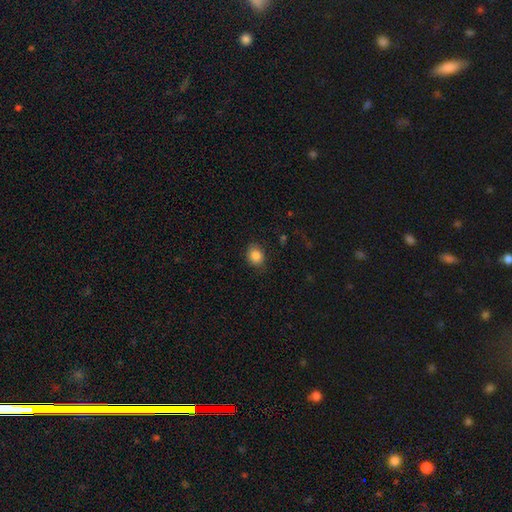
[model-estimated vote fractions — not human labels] smooth-or-featured: smooth: 85% | star or artifact: 10% | featured or disk: 5%
  how-rounded: round: 57% | in between: 42% | cigar-shaped: 1%
  merging: none: 85% | minor disturbance: 11% | major disturbance: 3% | merger: 1%